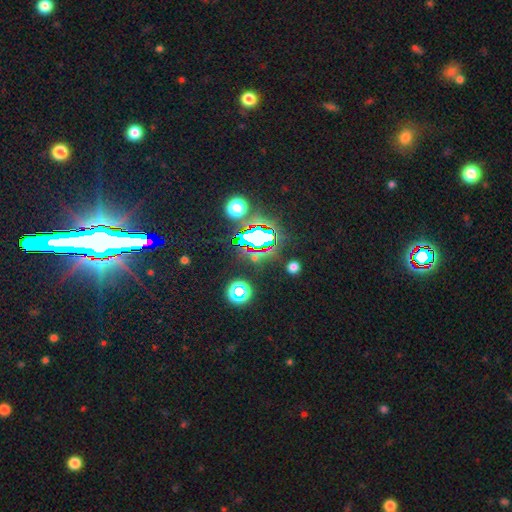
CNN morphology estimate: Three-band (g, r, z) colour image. It shows a star or artifact, not a galaxy (71%).